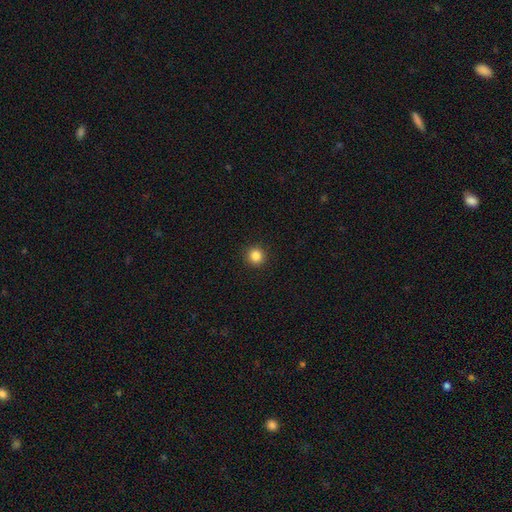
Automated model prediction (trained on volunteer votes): Smooth or featured? smooth (85%)
How rounded? round (94%)
Merging? none (93%)